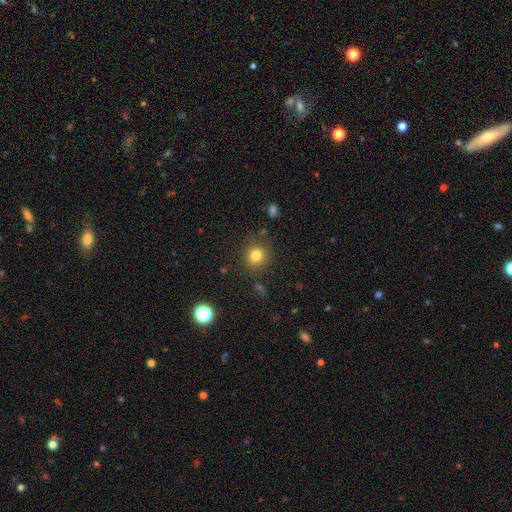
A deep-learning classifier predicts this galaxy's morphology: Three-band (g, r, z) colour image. It shows a smooth galaxy with no disk features (80%) that is round (84%). Merging: none (83%).